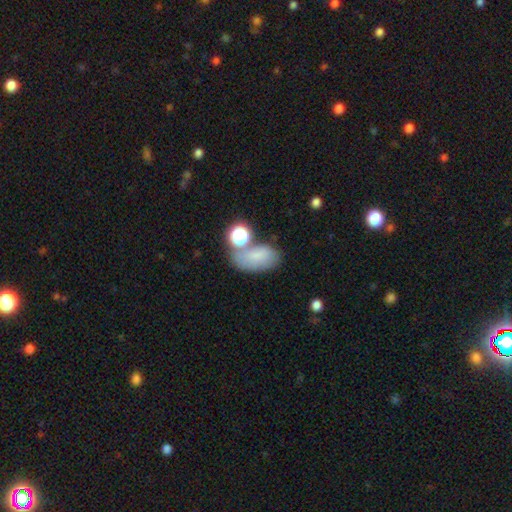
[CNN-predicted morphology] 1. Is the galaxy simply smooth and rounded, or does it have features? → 71% smooth, 15% featured or disk, 13% star or artifact.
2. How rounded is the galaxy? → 87% in between, 10% round, 3% cigar-shaped.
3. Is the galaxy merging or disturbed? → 48% none, 23% merger, 19% minor disturbance, 10% major disturbance.